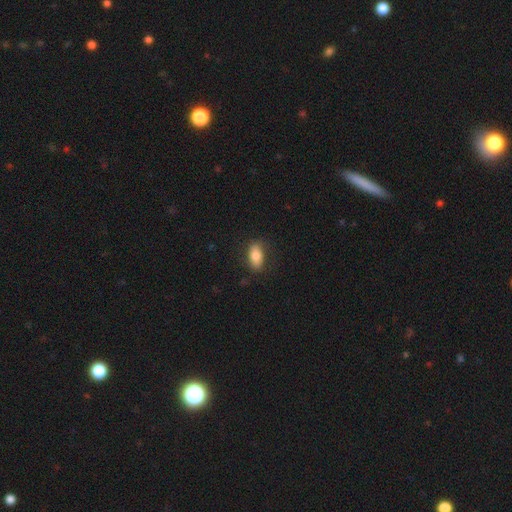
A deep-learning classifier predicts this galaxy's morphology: Smooth or featured?
  - smooth: 81% *
  - featured or disk: 12%
  - star or artifact: 7%
How rounded?
  - in between: 89% *
  - round: 6%
  - cigar-shaped: 6%
Merging?
  - none: 79% *
  - minor disturbance: 15%
  - major disturbance: 5%
  - merger: 1%